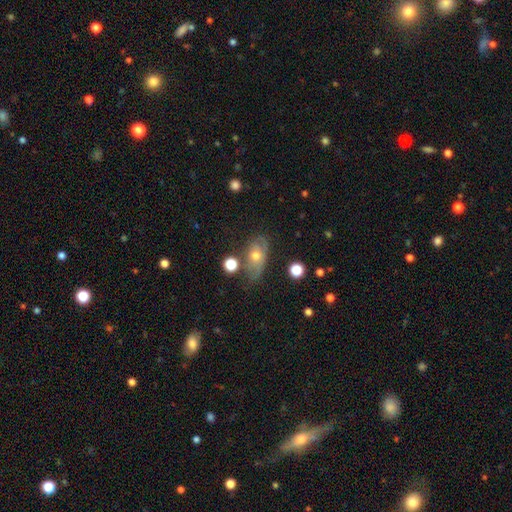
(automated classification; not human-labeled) Q: Smooth or featured?
A: featured or disk (46%); runner-up: smooth (43%)
Q: Merging?
A: none (53%); runner-up: minor disturbance (29%)